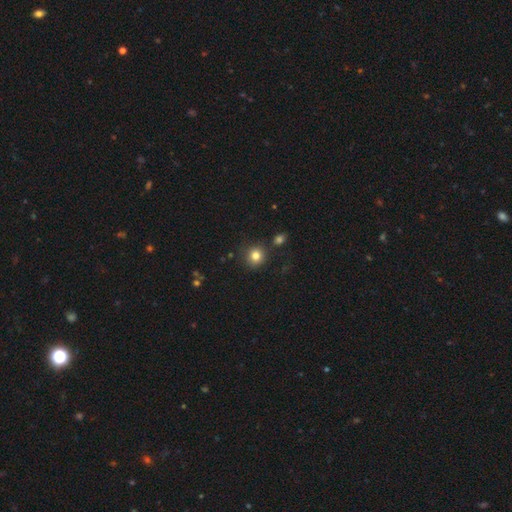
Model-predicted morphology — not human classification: type=smooth (81%); roundness=round (89%); merging=none (83%).